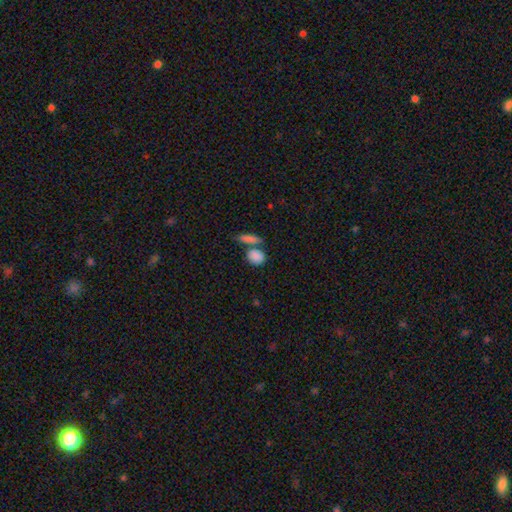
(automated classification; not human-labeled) The model was most divided on "how rounded": round: 52%, in between: 41%, cigar-shaped: 6%. More confident: smooth or featured — smooth (86%); merging — none (56%).